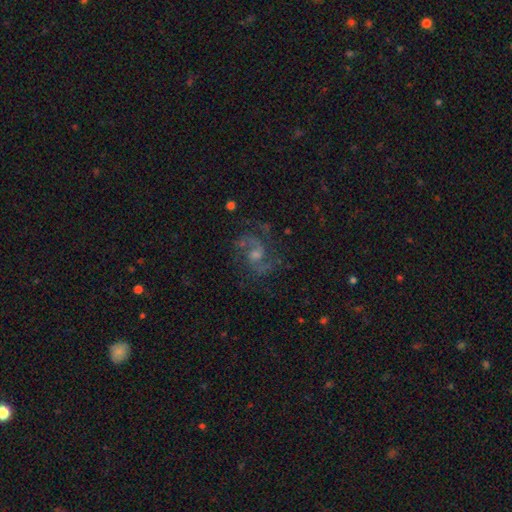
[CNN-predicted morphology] featured or disk 84%, star or artifact 9%, smooth 7%. Down the decision tree: edge-on disk — no (98%); bar — no (53%); spiral arms — yes (96%); spiral arm count — 2 (86%); spiral winding — medium (58%); bulge size — moderate (46%); merging — none (71%).